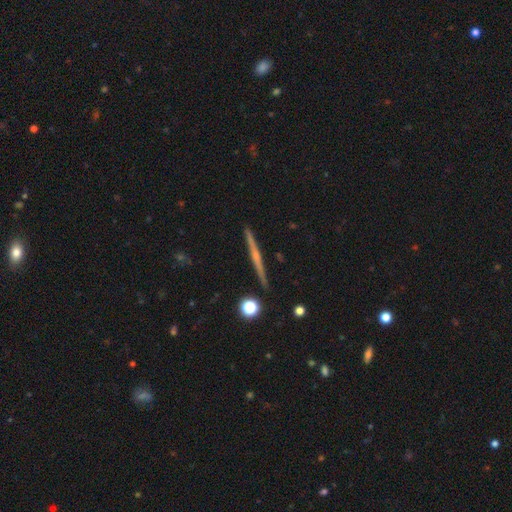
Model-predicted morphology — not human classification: featured or disk 66%, smooth 27%, star or artifact 7%. Down the decision tree: edge-on disk — yes (98%); edge-on bulge — none (55%); merging — none (92%).